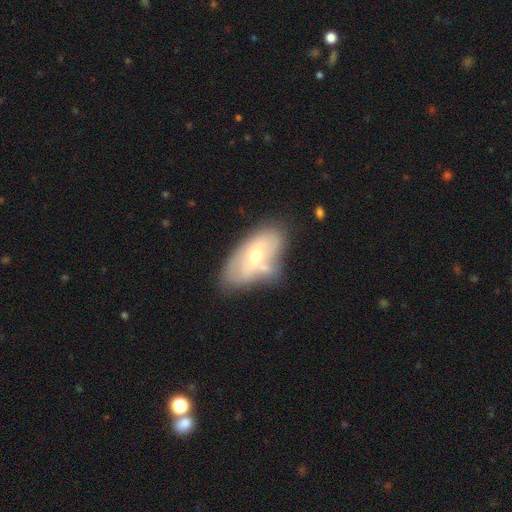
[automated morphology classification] This appears to be a featured or disk galaxy (51%). Merging: none (40%).